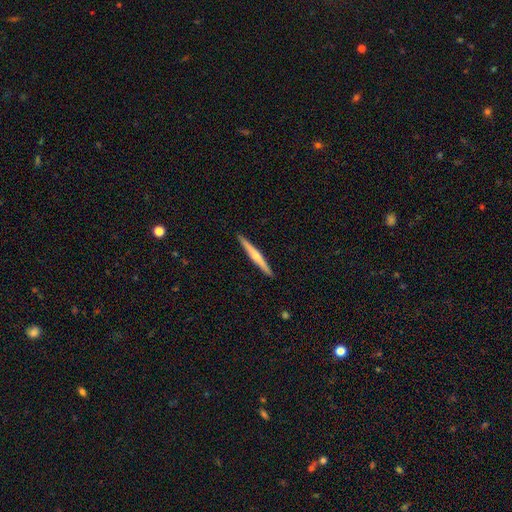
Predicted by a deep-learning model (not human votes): Morphology: type=featured or disk (62%); edge-on=yes (98%); edge-on bulge=rounded (79%); merging=none (92%).